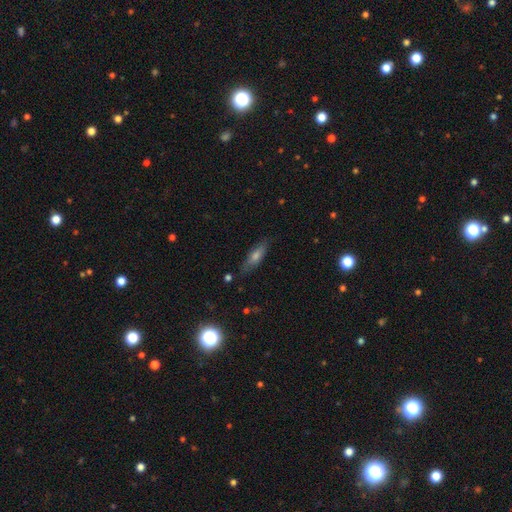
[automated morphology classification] Q: Smooth or featured?
A: smooth (52%); runner-up: featured or disk (38%)
Q: How rounded?
A: cigar-shaped (58%); runner-up: in between (39%)
Q: Merging?
A: none (82%); runner-up: minor disturbance (13%)